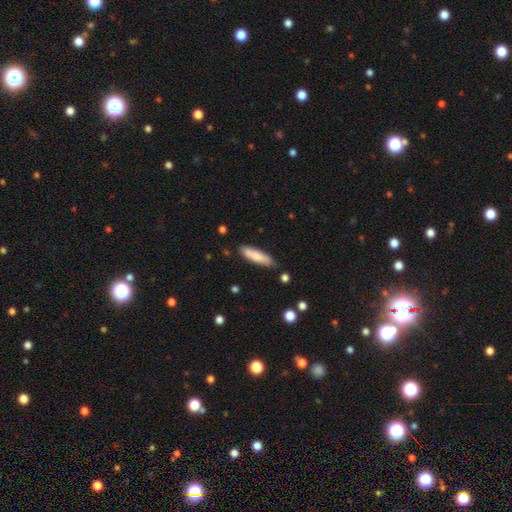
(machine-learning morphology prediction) smooth_or_featured: smooth (p=0.81) [alt: featured or disk p=0.13]
how_rounded: cigar-shaped (p=0.67) [alt: in between p=0.32]
merging: none (p=0.79) [alt: minor disturbance p=0.16]